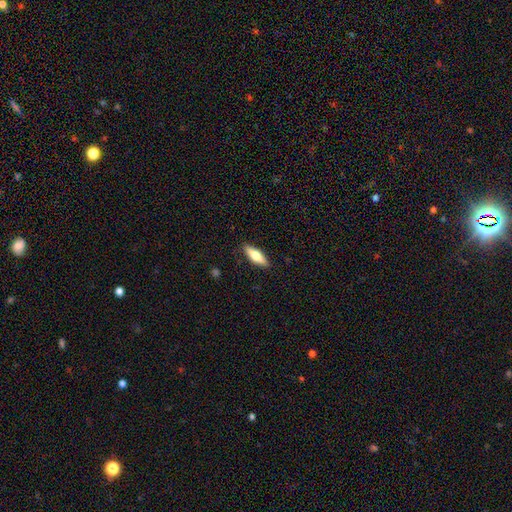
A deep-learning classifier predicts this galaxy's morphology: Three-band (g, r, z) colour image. It shows a smooth galaxy with no disk features (60%) that is in between round and cigar-shaped (49%, tied with cigar-shaped). Merging: none (88%).